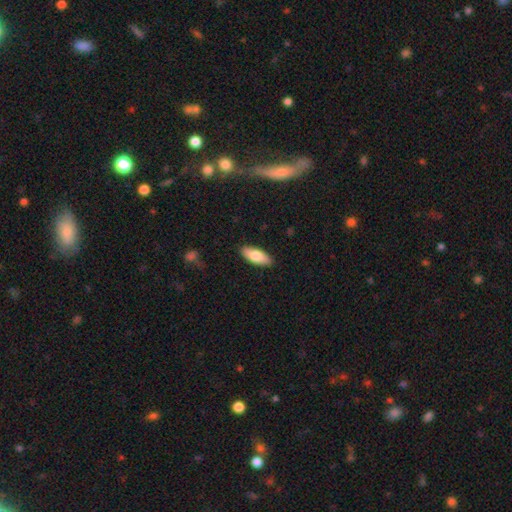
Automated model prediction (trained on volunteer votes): Smooth or featured? smooth (79%)
How rounded? in between (76%)
Merging? none (88%)